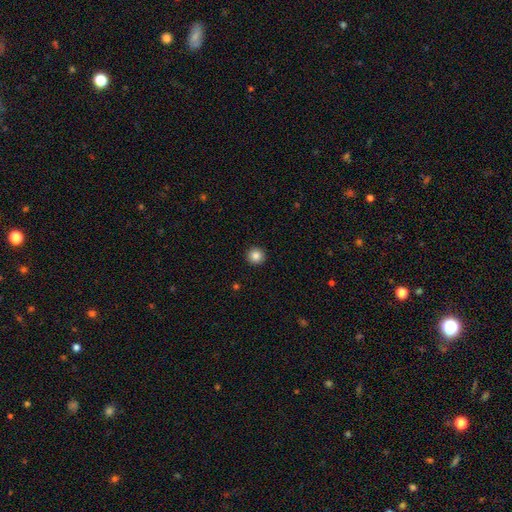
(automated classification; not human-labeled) Smooth or featured? smooth (85%)
How rounded? round (95%)
Merging? none (93%)